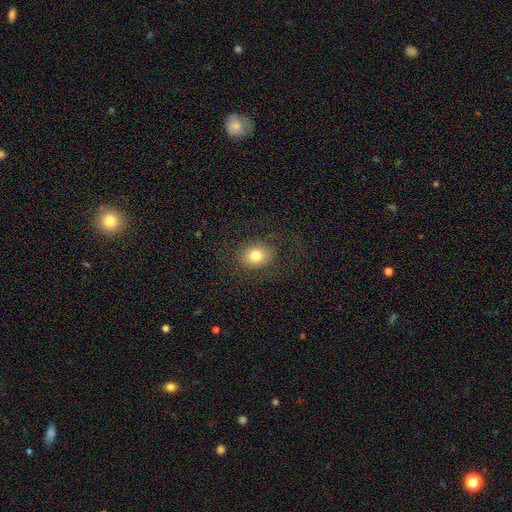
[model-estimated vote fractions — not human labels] smooth 77%, featured or disk 12%, star or artifact 11%. Down the decision tree: how rounded — round (58%); merging — none (81%).